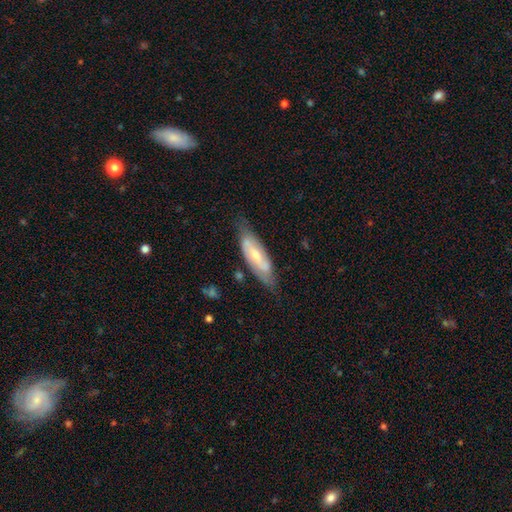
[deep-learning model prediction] Smooth or featured?
  - featured or disk: 63% *
  - smooth: 32%
  - star or artifact: 6%
Edge-on disk?
  - no: 80% *
  - yes: 20%
Bar?
  - weak: 40% *
  - no: 36%
  - strong: 24%
Spiral arms?
  - yes: 78% *
  - no: 22%
Bulge size?
  - small: 48% *
  - moderate: 46%
  - large: 3%
  - none: 3%
  - dominant: 1%
Merging?
  - none: 69% *
  - minor disturbance: 23%
  - major disturbance: 6%
  - merger: 2%